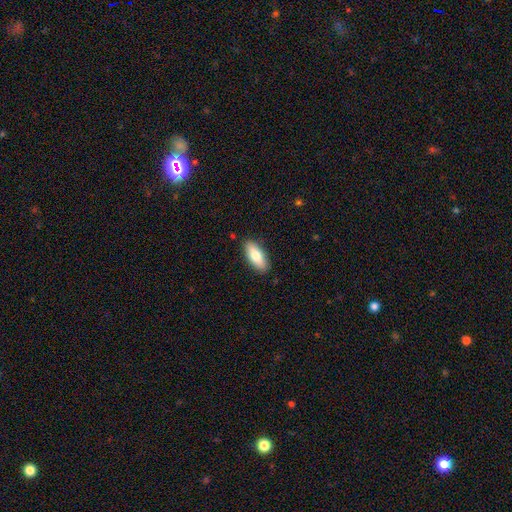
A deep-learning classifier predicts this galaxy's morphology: Smooth or featured?
  - smooth: 77% *
  - featured or disk: 17%
  - star or artifact: 6%
How rounded?
  - in between: 78% *
  - cigar-shaped: 19%
  - round: 2%
Merging?
  - none: 88% *
  - minor disturbance: 9%
  - major disturbance: 2%
  - merger: 1%